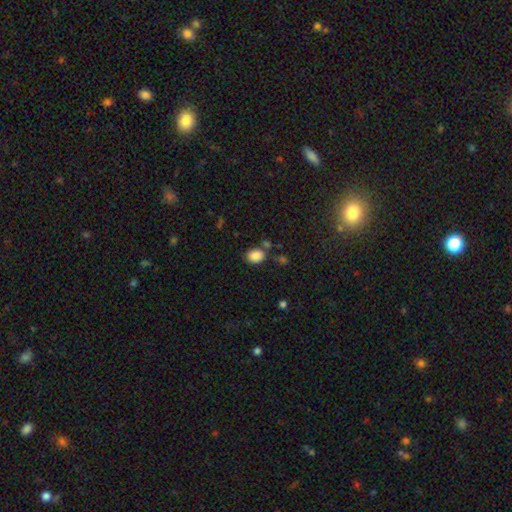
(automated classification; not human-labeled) Q: Smooth or featured?
A: smooth (86%); runner-up: star or artifact (9%)
Q: How rounded?
A: in between (56%); runner-up: round (43%)
Q: Merging?
A: none (70%); runner-up: minor disturbance (14%)